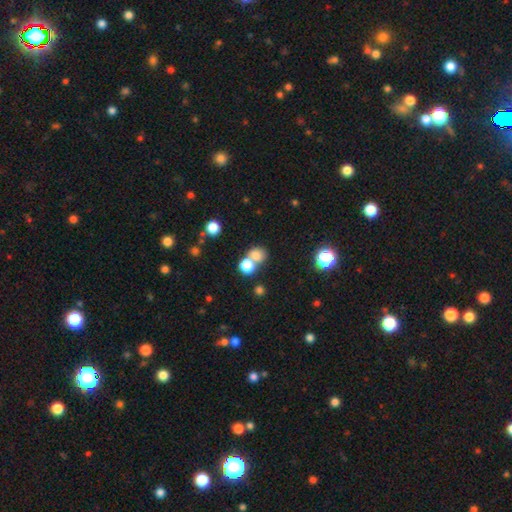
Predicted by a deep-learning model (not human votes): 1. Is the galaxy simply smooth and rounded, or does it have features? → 75% smooth, 15% star or artifact, 9% featured or disk.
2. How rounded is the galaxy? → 69% round, 30% in between, 1% cigar-shaped.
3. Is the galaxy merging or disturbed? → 49% merger, 40% none, 7% minor disturbance, 4% major disturbance.